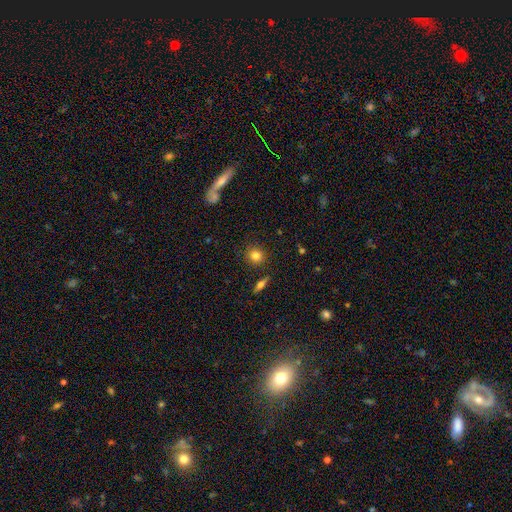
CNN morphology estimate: A smooth galaxy with no disk features (82%) that is round (85%).

Vote fractions:
- Smooth or featured? smooth: 82% / star or artifact: 10% / featured or disk: 8%
- How rounded? round: 85% / in between: 13% / cigar-shaped: 2%
- Merging? none: 87% / minor disturbance: 8% / merger: 3% / major disturbance: 2%